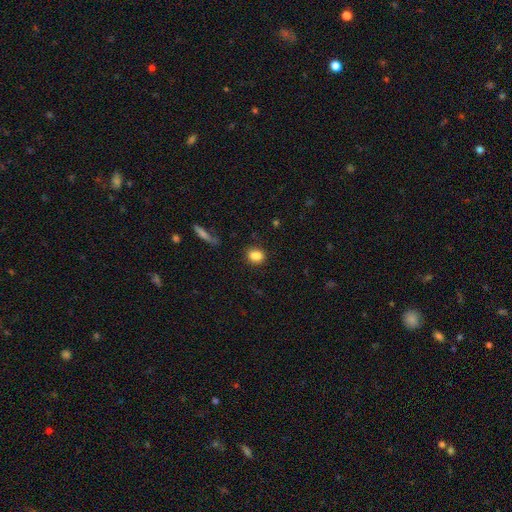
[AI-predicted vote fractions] Smooth or featured: smooth — 85% (star or artifact — 10%)
How rounded: in between — 55% (round — 43%)
Merging: none — 78% (minor disturbance — 13%)